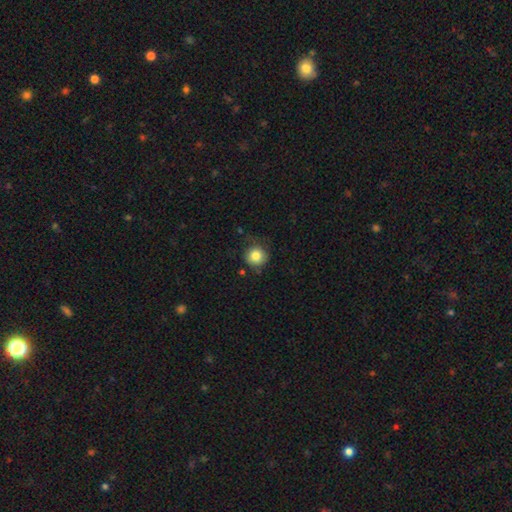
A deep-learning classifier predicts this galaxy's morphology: This is clearly a smooth galaxy (83%). How rounded: clearly round (93%). Merging: likely none (72%).